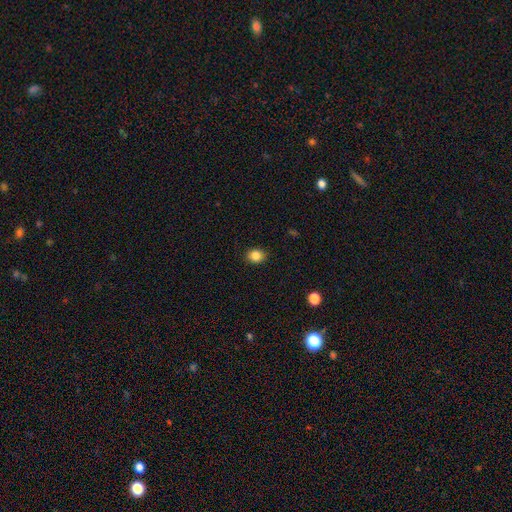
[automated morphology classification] Overall: smooth (85%). How rounded: round (61%; in between 39%). Merging: none (89%).